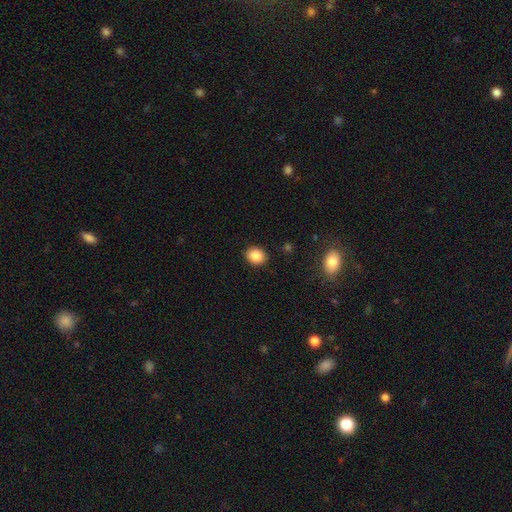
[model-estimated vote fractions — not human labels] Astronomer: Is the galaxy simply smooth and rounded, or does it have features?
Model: smooth — 86%.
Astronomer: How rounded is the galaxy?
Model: round — 66%.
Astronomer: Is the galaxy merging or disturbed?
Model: none — 90%.